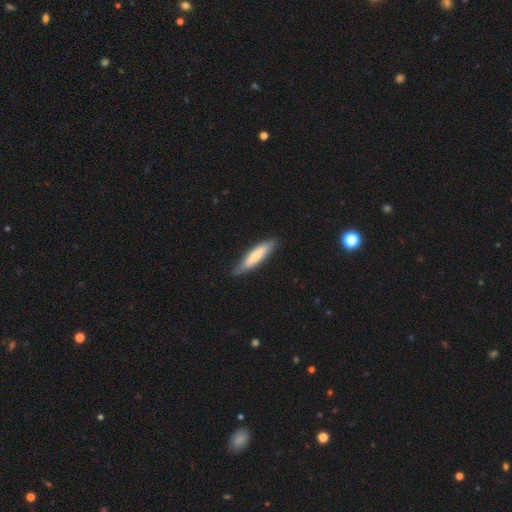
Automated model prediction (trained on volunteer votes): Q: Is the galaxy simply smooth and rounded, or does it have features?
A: smooth — 71%.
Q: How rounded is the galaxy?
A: cigar-shaped — 76%.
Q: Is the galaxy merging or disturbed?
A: none — 82%.